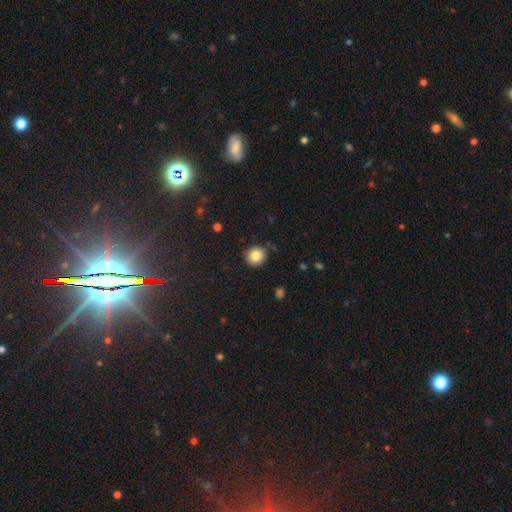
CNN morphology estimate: Smooth or featured: smooth — 83% (star or artifact — 10%)
How rounded: round — 92% (in between — 7%)
Merging: none — 89% (minor disturbance — 8%)